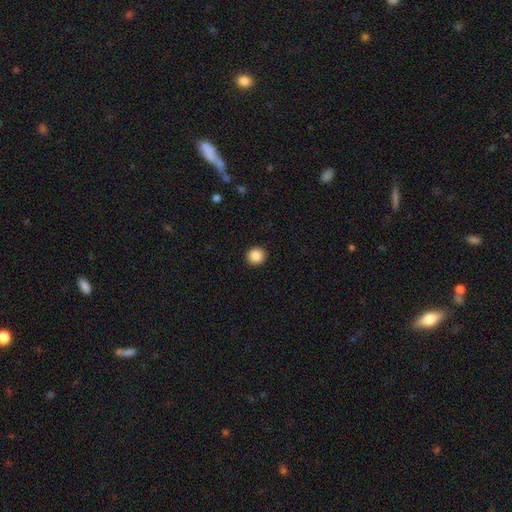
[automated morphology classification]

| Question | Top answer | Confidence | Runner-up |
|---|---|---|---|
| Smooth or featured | smooth | 88% | star or artifact (9%) |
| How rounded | round | 91% | in between (8%) |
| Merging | none | 93% | minor disturbance (4%) |